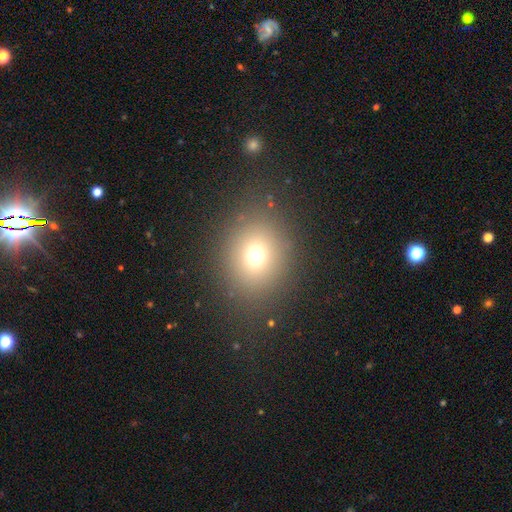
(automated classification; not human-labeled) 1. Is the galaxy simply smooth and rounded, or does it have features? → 70% smooth, 20% star or artifact, 10% featured or disk.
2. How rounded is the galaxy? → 72% round, 27% in between, 1% cigar-shaped.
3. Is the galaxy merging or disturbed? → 85% none, 8% minor disturbance, 5% major disturbance, 2% merger.